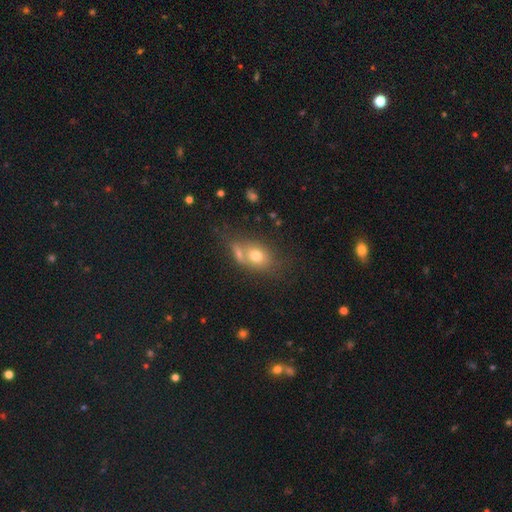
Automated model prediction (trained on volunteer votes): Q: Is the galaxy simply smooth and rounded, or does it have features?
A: smooth — 71%.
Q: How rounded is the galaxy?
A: in between — 56%.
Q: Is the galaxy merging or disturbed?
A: none — 41%.